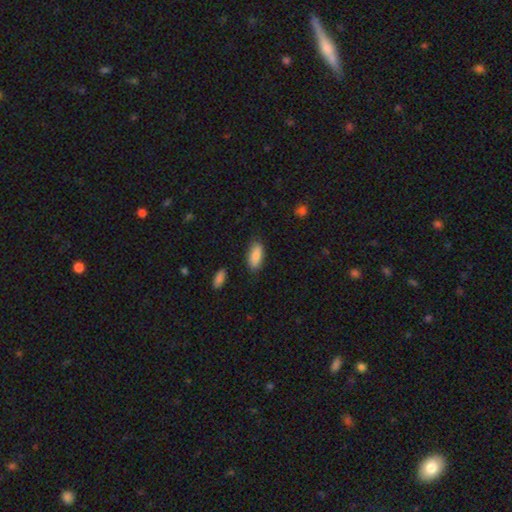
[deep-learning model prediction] This appears to be a smooth galaxy with no disk features (87%) that is in between round and cigar-shaped (87%). Merging: none (80%).